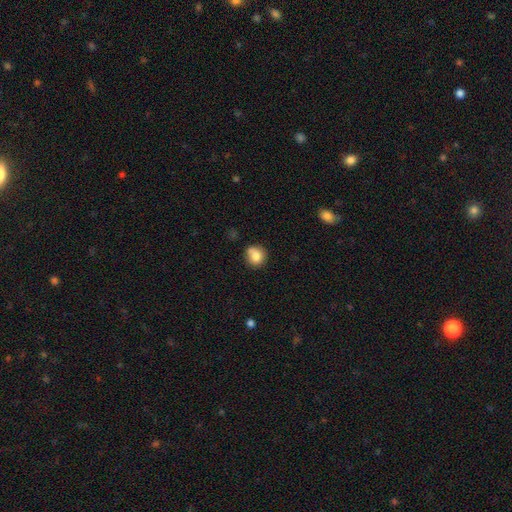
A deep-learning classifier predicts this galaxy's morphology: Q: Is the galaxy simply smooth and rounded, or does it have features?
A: smooth — 80%.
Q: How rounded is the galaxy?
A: round — 82%.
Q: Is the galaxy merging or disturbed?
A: none — 61%.